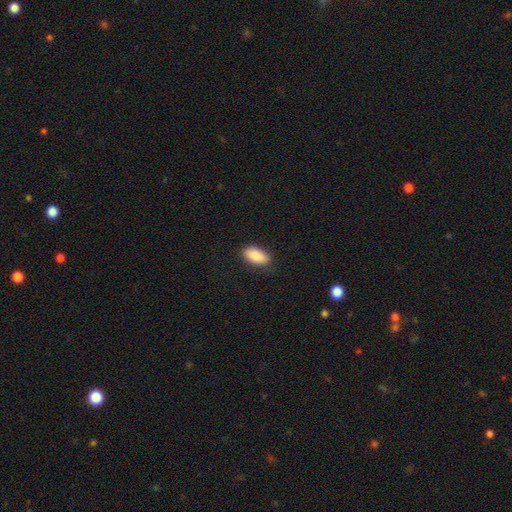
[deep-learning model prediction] This appears to be a smooth galaxy with no disk features (88%) that is in between round and cigar-shaped (92%). Merging: none (83%).